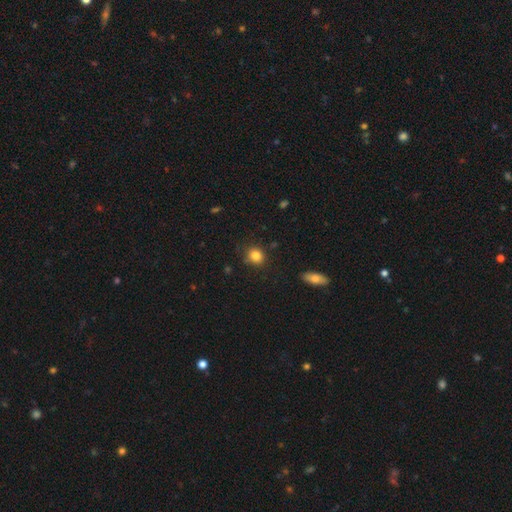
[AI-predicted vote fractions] Q: Smooth or featured?
A: smooth (83%); runner-up: star or artifact (10%)
Q: How rounded?
A: round (71%); runner-up: in between (28%)
Q: Merging?
A: none (83%); runner-up: minor disturbance (12%)